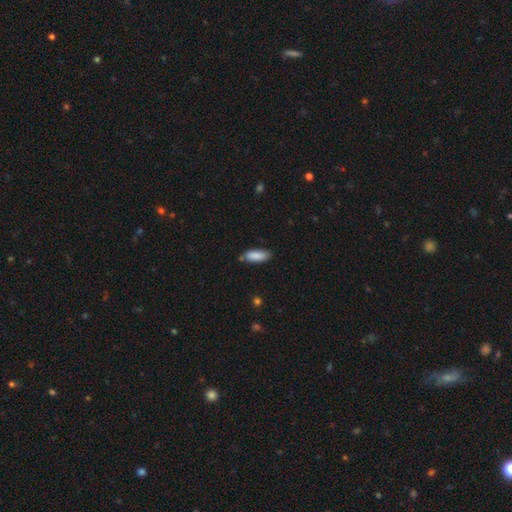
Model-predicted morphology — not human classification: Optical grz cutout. It shows a smooth galaxy with no disk features (87%) that is in between round and cigar-shaped (70%). Merging: none (74%).